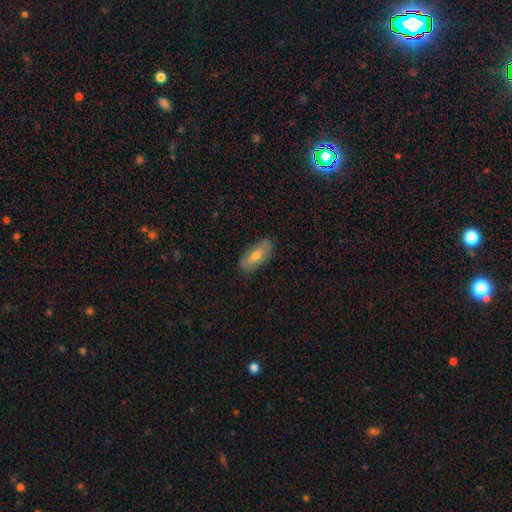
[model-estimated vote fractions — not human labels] Smooth or featured?
  - smooth: 56% *
  - featured or disk: 35%
  - star or artifact: 8%
How rounded?
  - in between: 77% *
  - cigar-shaped: 20%
  - round: 3%
Merging?
  - none: 81% *
  - minor disturbance: 15%
  - major disturbance: 3%
  - merger: 1%